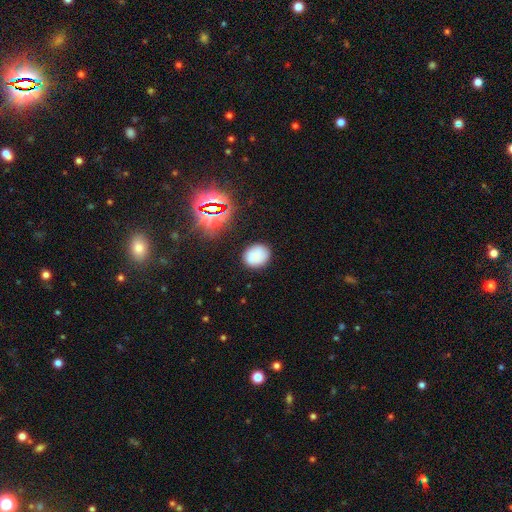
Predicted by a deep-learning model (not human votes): This appears to be a smooth galaxy with no disk features (76%) that is round (64%). Merging: none (82%).